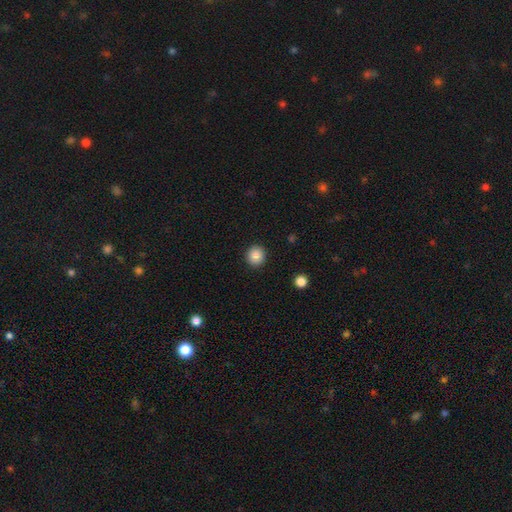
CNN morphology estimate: A smooth galaxy with no disk features (87%) that is round (92%). Merging: none (92%).